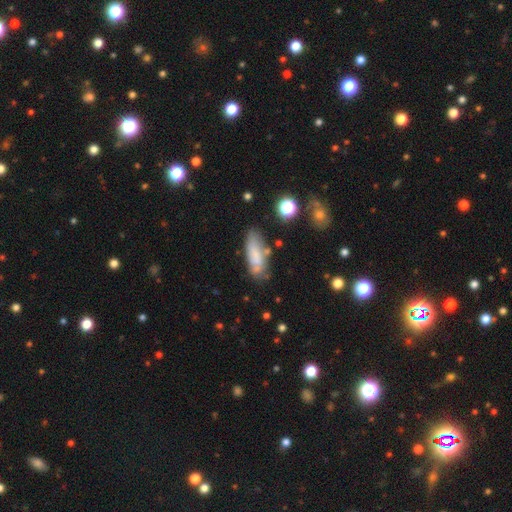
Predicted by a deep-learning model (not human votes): Smooth or featured? Predicted: smooth (p=0.67). How rounded? Predicted: in between (p=0.60). Merging? Predicted: none (p=0.59).